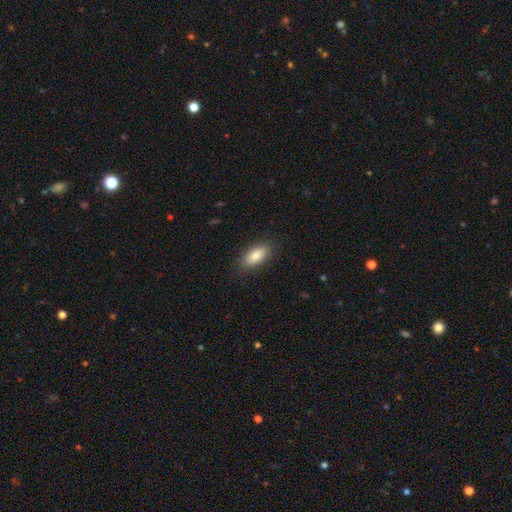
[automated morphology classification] Smooth or featured?
  - smooth: 84% *
  - featured or disk: 9%
  - star or artifact: 7%
How rounded?
  - in between: 87% *
  - cigar-shaped: 9%
  - round: 3%
Merging?
  - none: 87% *
  - minor disturbance: 10%
  - major disturbance: 3%
  - merger: 1%